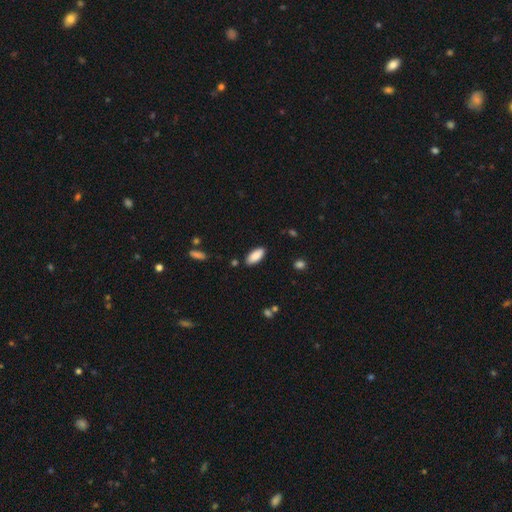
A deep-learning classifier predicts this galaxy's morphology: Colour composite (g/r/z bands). It shows a smooth galaxy with no disk features (88%) that is in between round and cigar-shaped (86%). Merging: none (86%).